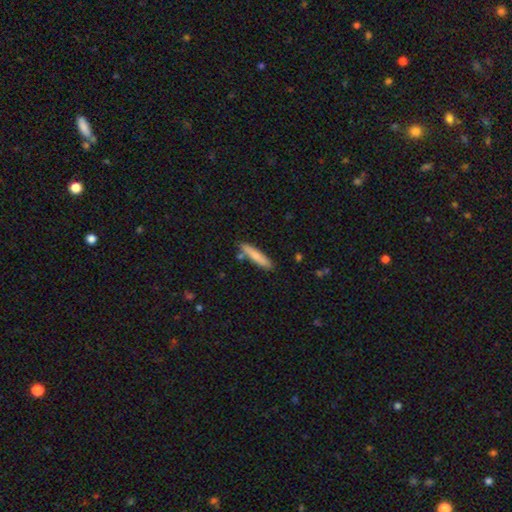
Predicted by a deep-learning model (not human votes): The model was most divided on "smooth or featured": smooth: 78%, featured or disk: 17%, star or artifact: 6%. More confident: how rounded — cigar-shaped (90%); merging — none (82%).